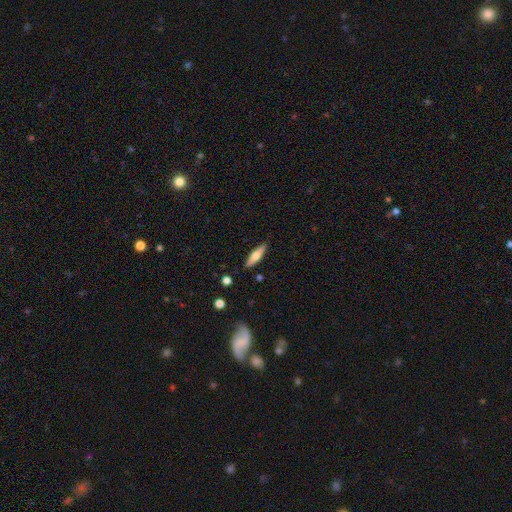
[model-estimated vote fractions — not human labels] Smooth or featured?
  - smooth: 60% *
  - featured or disk: 34%
  - star or artifact: 6%
How rounded?
  - cigar-shaped: 63% *
  - in between: 35%
  - round: 2%
Merging?
  - none: 87% *
  - minor disturbance: 10%
  - major disturbance: 2%
  - merger: 2%